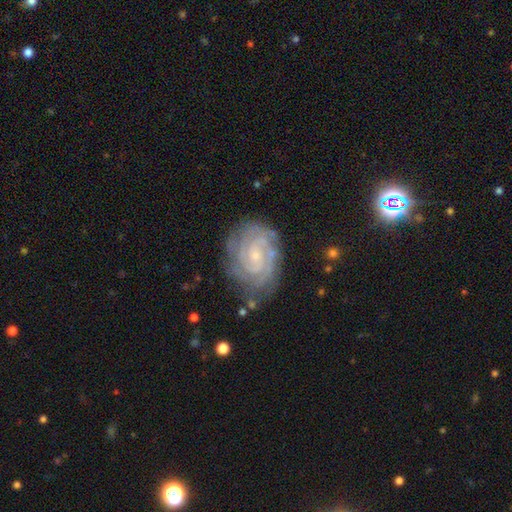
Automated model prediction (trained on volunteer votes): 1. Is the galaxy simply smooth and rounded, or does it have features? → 84% featured or disk, 8% smooth, 7% star or artifact.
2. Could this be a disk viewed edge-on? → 97% no, 3% yes.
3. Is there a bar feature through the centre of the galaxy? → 57% no, 35% weak, 8% strong.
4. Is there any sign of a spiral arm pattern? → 97% yes, 3% no.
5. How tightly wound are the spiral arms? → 76% tight, 21% medium, 3% loose.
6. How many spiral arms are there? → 29% 2, 28% can't tell, 20% 3, 12% 4, 6% more than 4, 5% 1.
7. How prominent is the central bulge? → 75% small, 18% moderate, 5% none, 1% large, 1% dominant.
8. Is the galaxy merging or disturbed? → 73% none, 19% minor disturbance, 6% major disturbance, 2% merger.